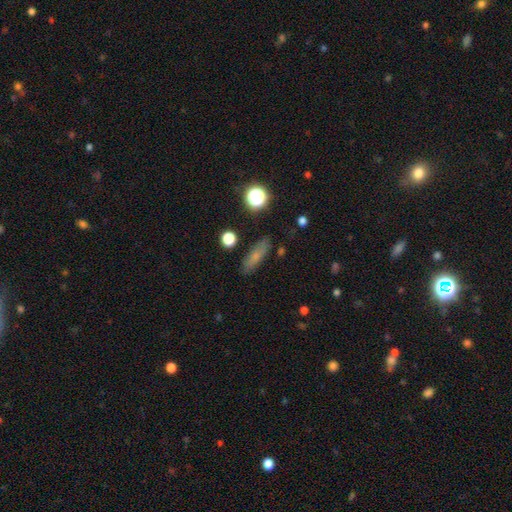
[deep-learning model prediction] A smooth galaxy with no disk features (69%) that is cigar-shaped (53%). Merging: none (84%).